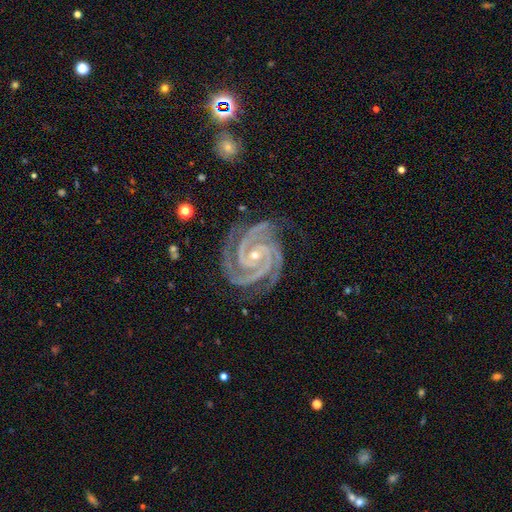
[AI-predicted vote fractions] Q: Smooth or featured?
A: featured or disk (92%); runner-up: star or artifact (5%)
Q: Edge-on disk?
A: no (98%); runner-up: yes (2%)
Q: Bar?
A: no (45%); runner-up: weak (29%)
Q: Spiral arms?
A: yes (99%); runner-up: no (1%)
Q: Spiral winding?
A: tight (79%); runner-up: medium (19%)
Q: Spiral arm count?
A: 3 (42%); runner-up: 2 (21%)
Q: Bulge size?
A: small (77%); runner-up: moderate (20%)
Q: Merging?
A: none (80%); runner-up: minor disturbance (14%)